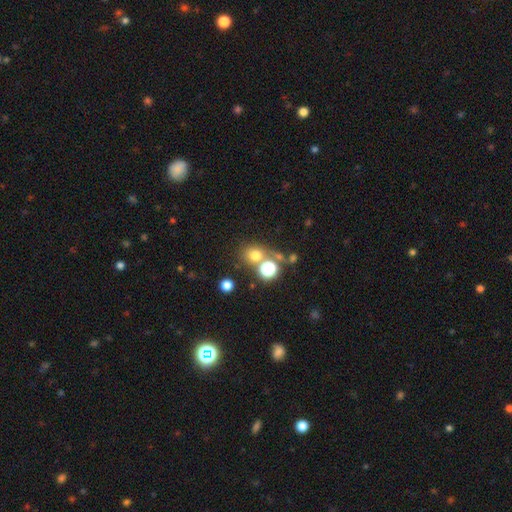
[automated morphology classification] Smooth or featured?
  - smooth: 69% *
  - star or artifact: 21%
  - featured or disk: 9%
How rounded?
  - round: 79% *
  - in between: 20%
  - cigar-shaped: 1%
Merging?
  - none: 60% *
  - merger: 25%
  - minor disturbance: 9%
  - major disturbance: 5%